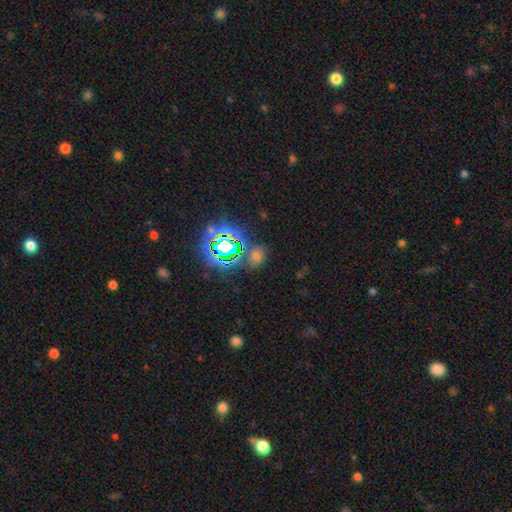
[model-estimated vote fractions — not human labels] Smooth or featured? star or artifact (51%)